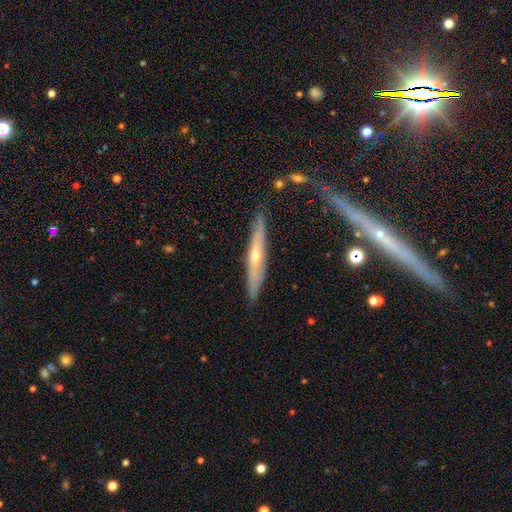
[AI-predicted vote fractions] This is likely a featured or disk galaxy (64%). It is clearly viewed edge-on (86%). Edge-on bulge: likely rounded (72%). Merging: clearly none (81%).